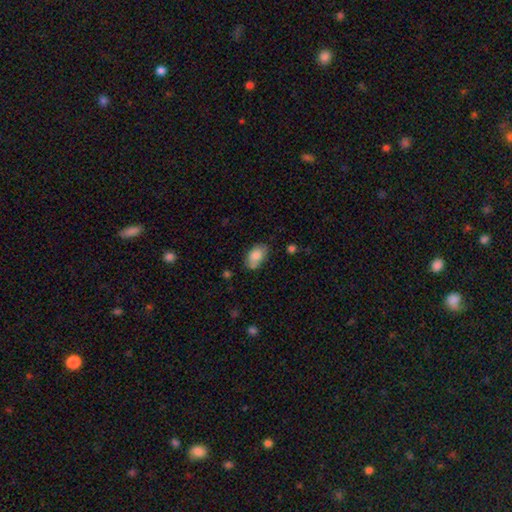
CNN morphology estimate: This is clearly a smooth galaxy (83%). How rounded: clearly in between (91%). Merging: likely none (65%).